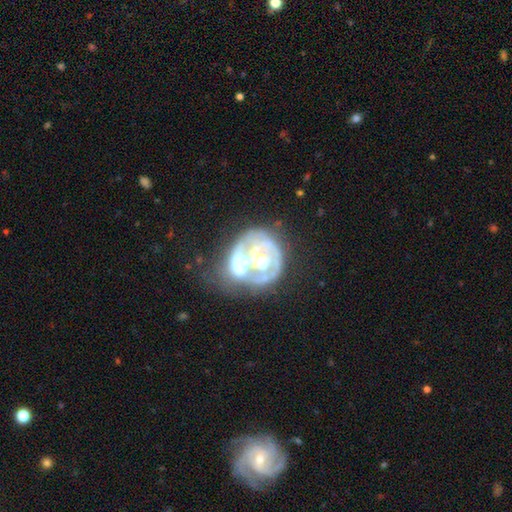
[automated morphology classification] featured or disk 71%, smooth 18%, star or artifact 11%. Down the decision tree: edge-on disk — no (97%); bar — no (66%); spiral arms — no (56%); bulge size — moderate (37%); merging — merger (36%).